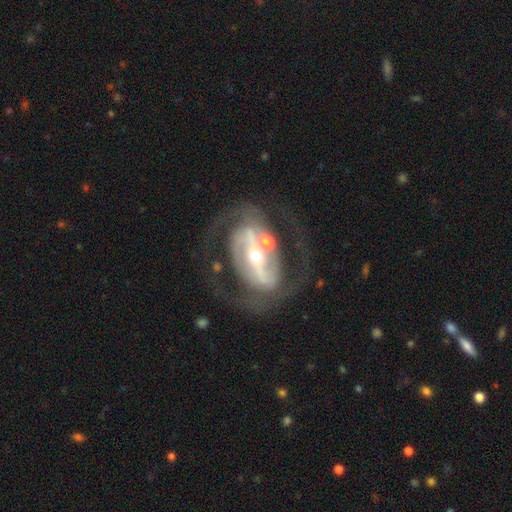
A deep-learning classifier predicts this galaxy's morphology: smooth_or_featured: featured or disk (p=0.87) [alt: smooth p=0.07]
disk_edge_on: no (p=0.94) [alt: yes p=0.06]
bar: strong (p=0.69) [alt: weak p=0.19]
has_spiral_arms: yes (p=0.84) [alt: no p=0.16]
spiral_winding: medium (p=0.49) [alt: tight p=0.32]
spiral_arm_count: 2 (p=0.83) [alt: can't tell p=0.08]
bulge_size: small (p=0.54) [alt: moderate p=0.41]
merging: none (p=0.64) [alt: major disturbance p=0.15]